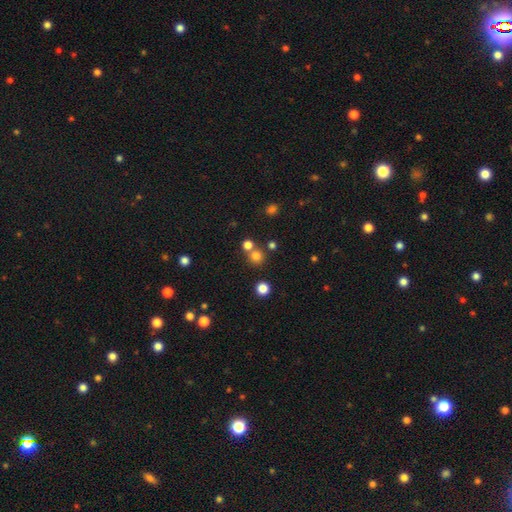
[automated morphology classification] Overall: smooth (75%). How rounded: round (91%). Merging: none (67%).